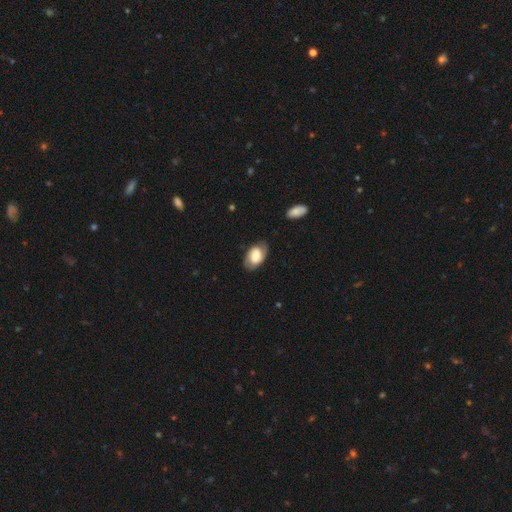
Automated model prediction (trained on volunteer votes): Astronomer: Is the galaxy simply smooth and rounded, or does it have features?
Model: smooth — 58% (runner-up: featured or disk, 35%).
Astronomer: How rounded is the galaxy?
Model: in between — 91%.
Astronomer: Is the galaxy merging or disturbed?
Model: none — 78%.